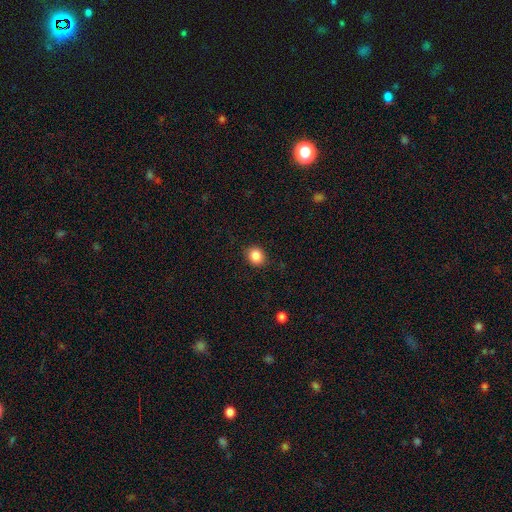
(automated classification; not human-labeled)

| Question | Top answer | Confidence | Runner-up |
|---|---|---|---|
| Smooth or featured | smooth | 86% | star or artifact (9%) |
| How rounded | round | 64% | in between (36%) |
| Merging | none | 88% | minor disturbance (9%) |